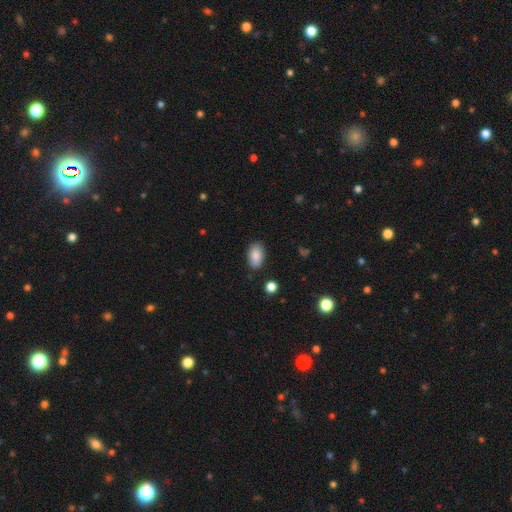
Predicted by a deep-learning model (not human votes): Overall: smooth (86%). How rounded: in between (93%). Merging: none (85%).